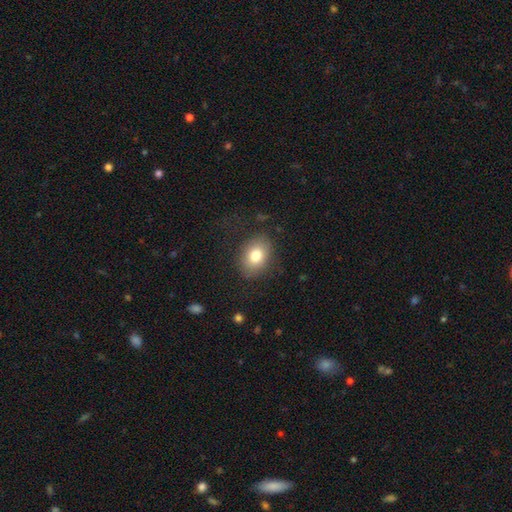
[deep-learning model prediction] A smooth galaxy with no disk features (79%) that is in between round and cigar-shaped (62%). Merging: none (81%).